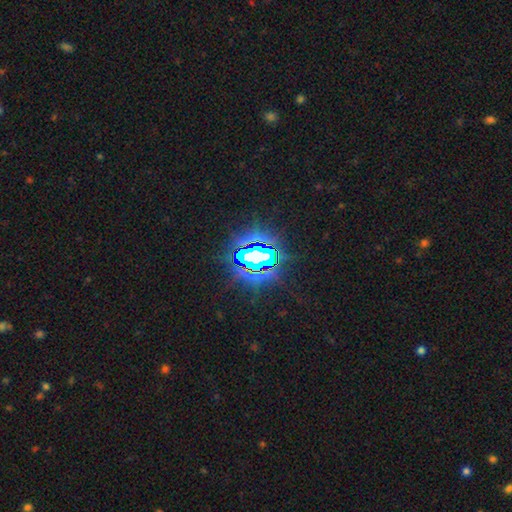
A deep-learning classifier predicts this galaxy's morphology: Q: Smooth or featured?
A: star or artifact (76%); runner-up: smooth (12%)